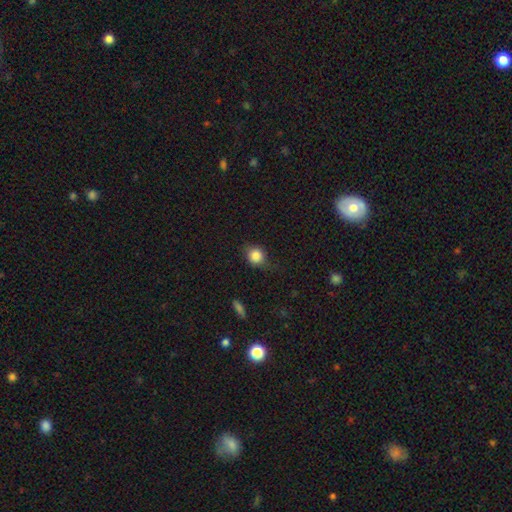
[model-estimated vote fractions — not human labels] Smooth or featured: smooth — 83% (star or artifact — 10%)
How rounded: round — 77% (in between — 22%)
Merging: none — 64% (minor disturbance — 26%)